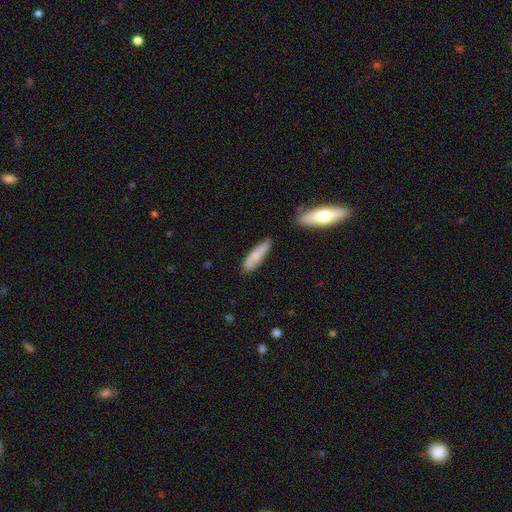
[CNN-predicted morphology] Overall: smooth (75%). How rounded: cigar-shaped (74%). Merging: none (72%).